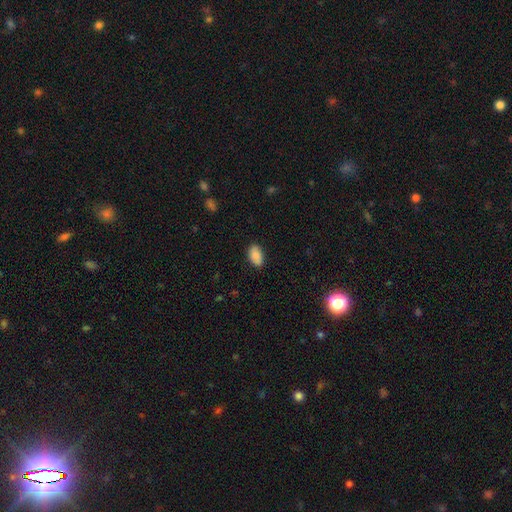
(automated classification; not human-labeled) Q: Smooth or featured?
A: smooth (87%); runner-up: star or artifact (7%)
Q: How rounded?
A: in between (93%); runner-up: round (6%)
Q: Merging?
A: none (86%); runner-up: minor disturbance (11%)